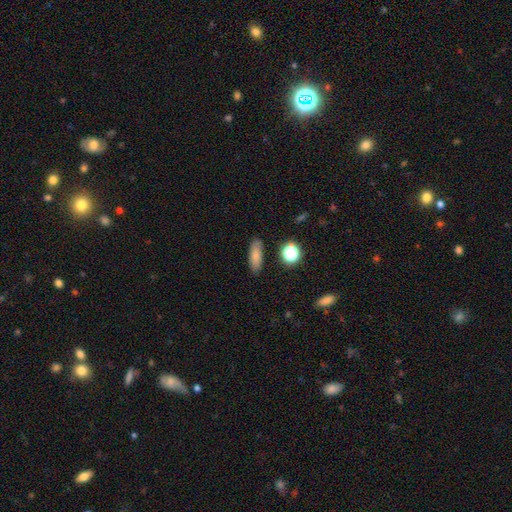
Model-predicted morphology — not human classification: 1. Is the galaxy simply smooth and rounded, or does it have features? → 79% smooth, 11% star or artifact, 10% featured or disk.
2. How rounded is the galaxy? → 62% in between, 32% cigar-shaped, 6% round.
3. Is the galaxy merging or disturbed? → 85% none, 10% minor disturbance, 3% major disturbance, 2% merger.